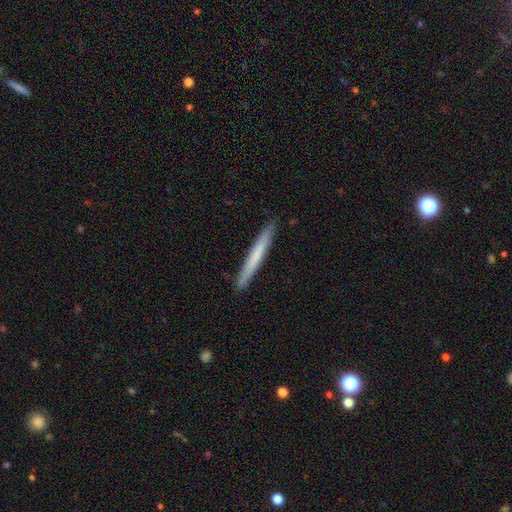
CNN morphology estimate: Smooth or featured? Predicted: smooth (p=0.63). How rounded? Predicted: cigar-shaped (p=0.97). Merging? Predicted: none (p=0.91).